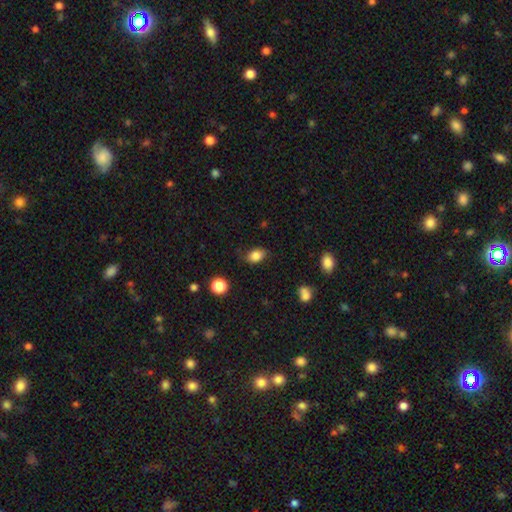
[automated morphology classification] This appears to be a smooth galaxy with no disk features (83%) that is in between round and cigar-shaped (79%). Merging: none (74%).